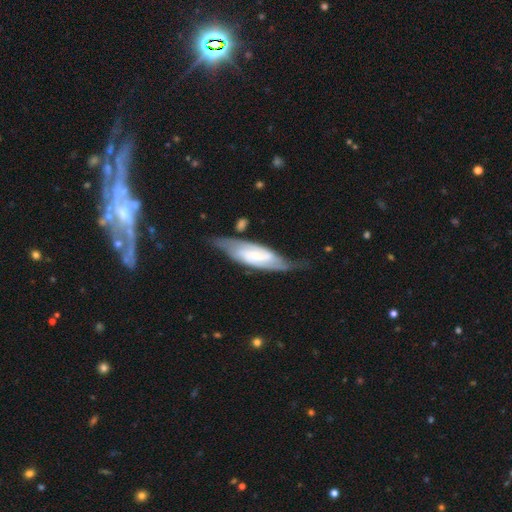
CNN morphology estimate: This appears to be a featured or disk galaxy (73%) with a weak bar (39%), 2 (79%) medium (44%) spiral arms (91%) and a small central bulge (59%). Merging: none (62%).